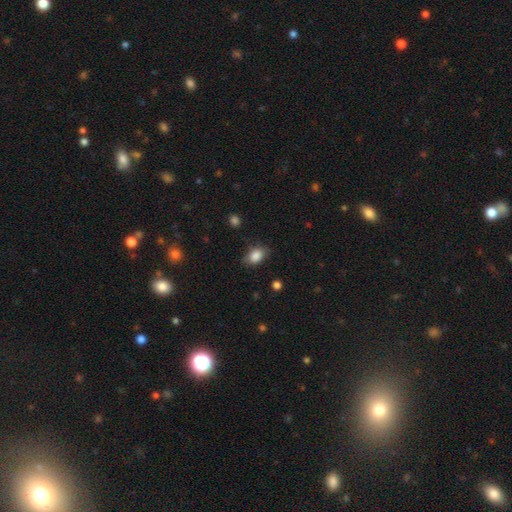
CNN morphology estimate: Smooth or featured: smooth — 86% (star or artifact — 8%)
How rounded: in between — 83% (round — 15%)
Merging: none — 73% (minor disturbance — 21%)